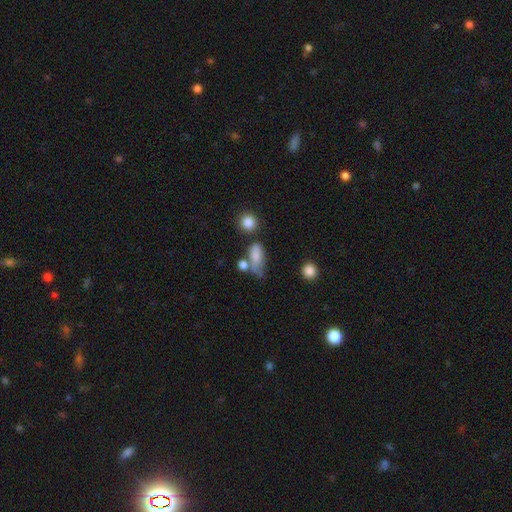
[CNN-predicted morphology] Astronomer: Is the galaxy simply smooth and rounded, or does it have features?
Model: smooth — 74%.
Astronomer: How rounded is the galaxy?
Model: in between — 79%.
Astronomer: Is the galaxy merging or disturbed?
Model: none — 30% (runner-up: minor disturbance, 26%).